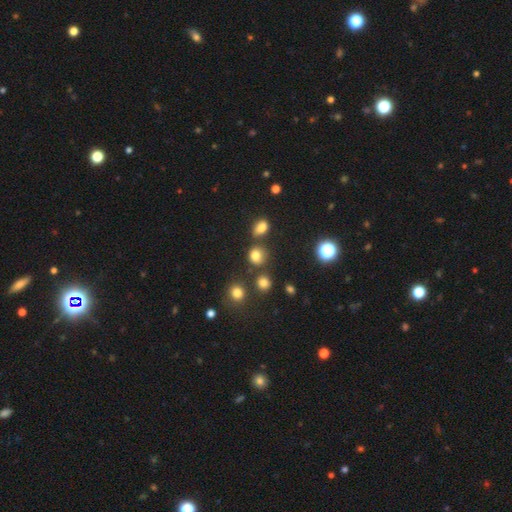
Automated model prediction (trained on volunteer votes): Smooth or featured? smooth (77%)
How rounded? round (80%)
Merging? none (71%)